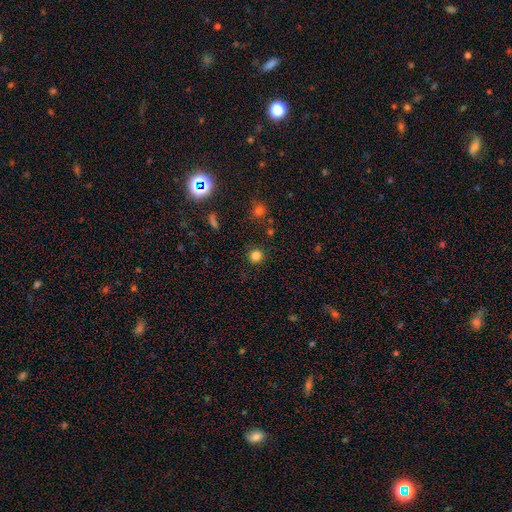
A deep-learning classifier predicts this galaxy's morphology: A smooth galaxy with no disk features (81%) that is round (94%). Merging: none (91%).